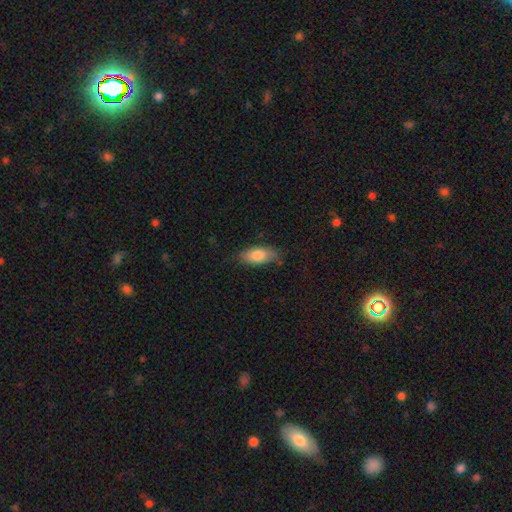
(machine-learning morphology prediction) Smooth or featured?
  - smooth: 79% *
  - featured or disk: 14%
  - star or artifact: 7%
How rounded?
  - in between: 84% *
  - cigar-shaped: 13%
  - round: 3%
Merging?
  - none: 80% *
  - minor disturbance: 15%
  - major disturbance: 3%
  - merger: 1%